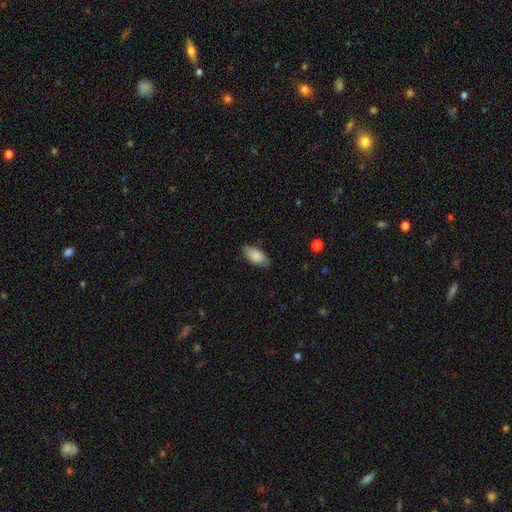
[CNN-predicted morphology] Q: Smooth or featured?
A: smooth (83%); runner-up: featured or disk (11%)
Q: How rounded?
A: in between (92%); runner-up: cigar-shaped (6%)
Q: Merging?
A: none (78%); runner-up: minor disturbance (18%)